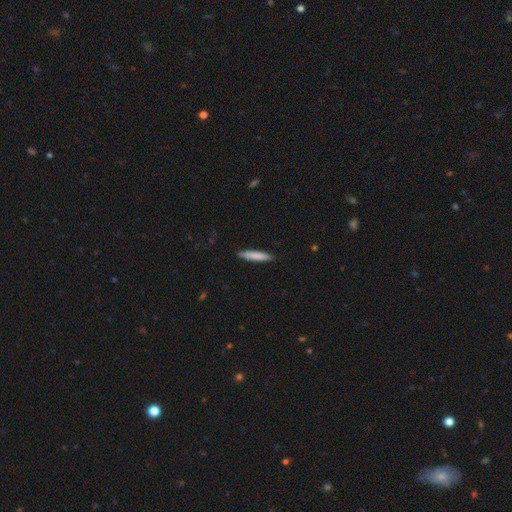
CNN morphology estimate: type=smooth (82%); roundness=cigar-shaped (92%); merging=none (90%).